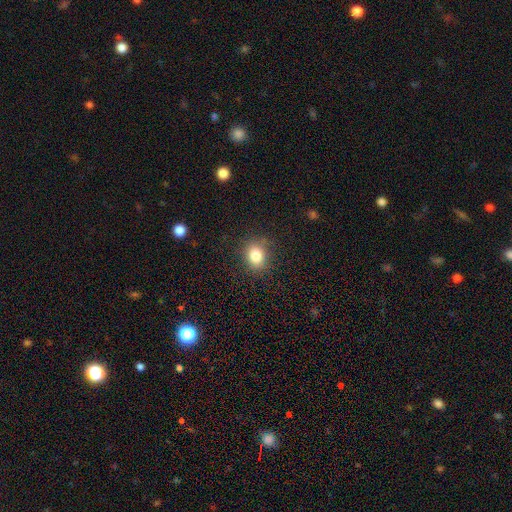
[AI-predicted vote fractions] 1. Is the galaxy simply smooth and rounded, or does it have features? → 82% smooth, 11% star or artifact, 7% featured or disk.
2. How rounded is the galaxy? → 55% round, 44% in between, 1% cigar-shaped.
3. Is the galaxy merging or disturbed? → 85% none, 11% minor disturbance, 3% major disturbance, 1% merger.